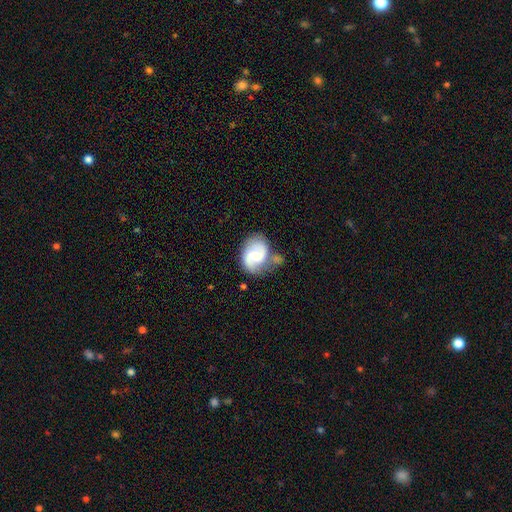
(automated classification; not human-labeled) This appears to be a featured or disk galaxy (71%) with a weak bar (53%), 2 (85%) medium (47%) spiral arms (91%) and a small central bulge (44%). Merging: none (52%).